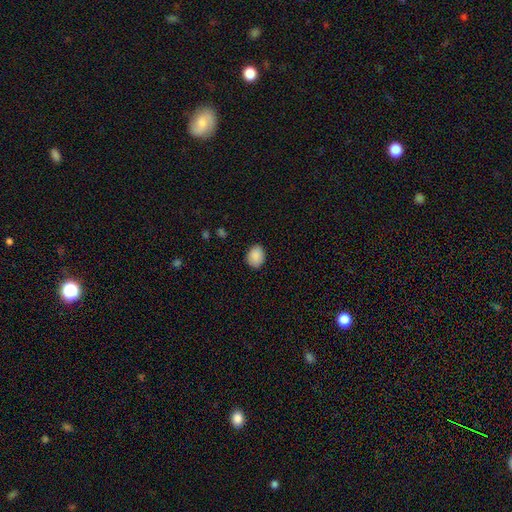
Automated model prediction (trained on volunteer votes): Overall: smooth (88%). How rounded: round (51%; in between 48%). Merging: none (84%).